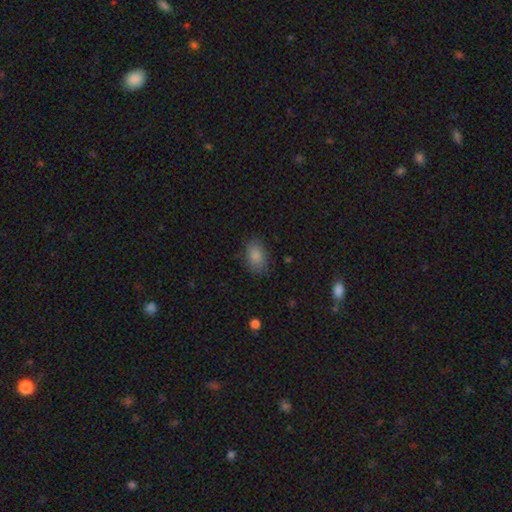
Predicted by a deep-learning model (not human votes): A smooth galaxy with no disk features (86%) that is in between round and cigar-shaped (85%). Merging: none (80%).